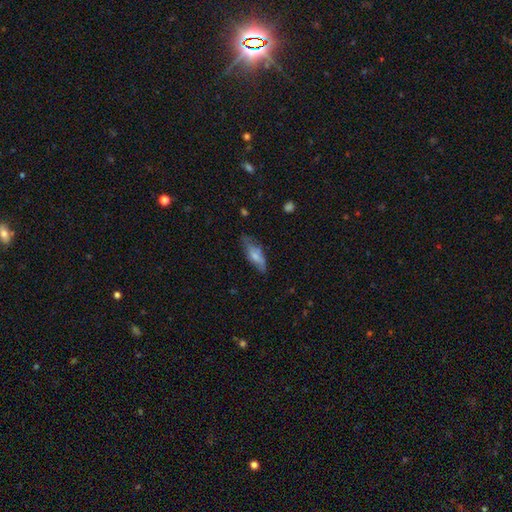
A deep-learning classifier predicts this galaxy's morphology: smooth_or_featured: smooth (p=0.63) [alt: featured or disk p=0.30]
how_rounded: in between (p=0.64) [alt: cigar-shaped p=0.34]
merging: none (p=0.56) [alt: minor disturbance p=0.30]